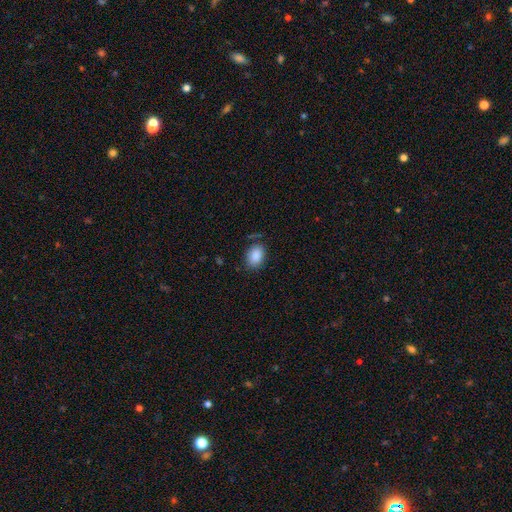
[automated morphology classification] type=smooth (88%); roundness=in between (77%); merging=none (78%).